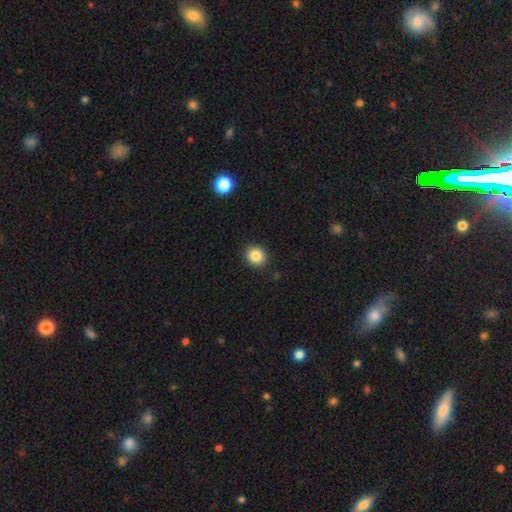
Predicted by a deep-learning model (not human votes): smooth 86%, star or artifact 10%, featured or disk 5%. Down the decision tree: how rounded — round (81%); merging — none (91%).